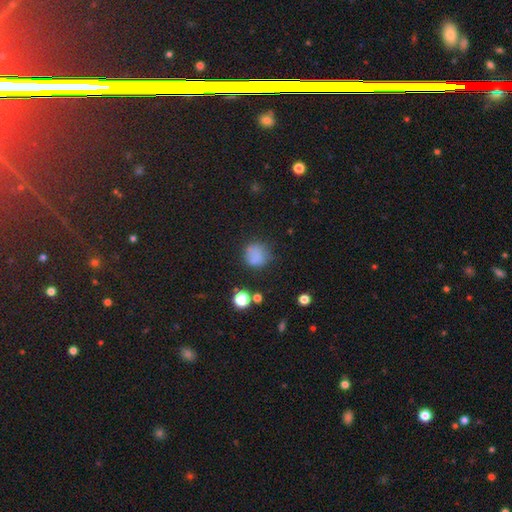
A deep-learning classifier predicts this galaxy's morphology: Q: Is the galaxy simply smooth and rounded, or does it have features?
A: smooth — 74%.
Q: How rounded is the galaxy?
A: round — 82%.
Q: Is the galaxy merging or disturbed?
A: none — 61%.